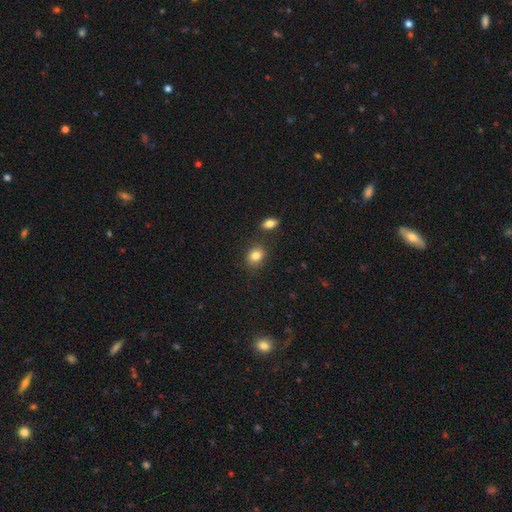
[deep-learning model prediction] Smooth or featured?
  - smooth: 84% *
  - star or artifact: 9%
  - featured or disk: 7%
How rounded?
  - round: 54% *
  - in between: 44%
  - cigar-shaped: 1%
Merging?
  - none: 80% *
  - minor disturbance: 11%
  - merger: 6%
  - major disturbance: 3%